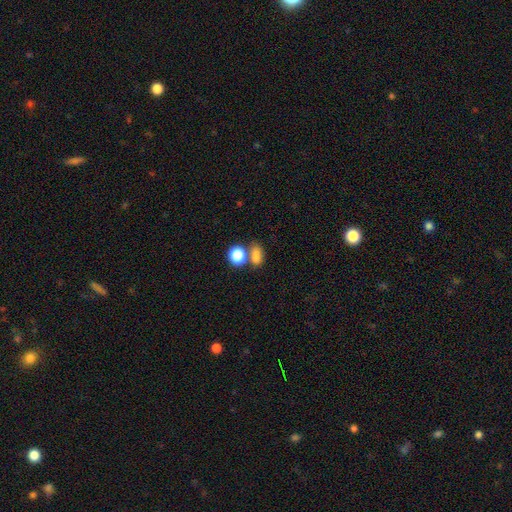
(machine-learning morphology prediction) type=smooth (80%); roundness=in between (60%); merging=none (45%).